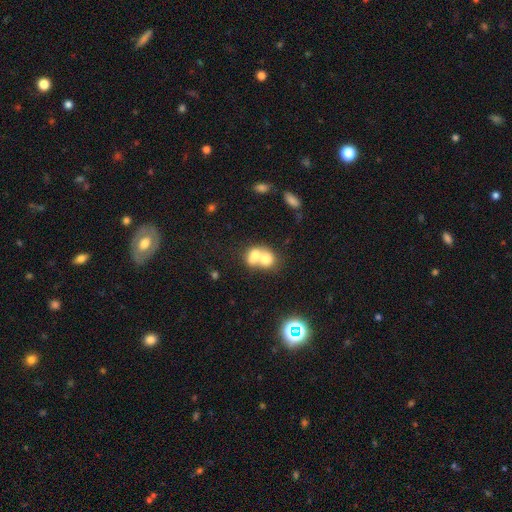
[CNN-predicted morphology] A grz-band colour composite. It shows a smooth galaxy with no disk features (68%) that is in between round and cigar-shaped (53%). Merging: merger (76%).